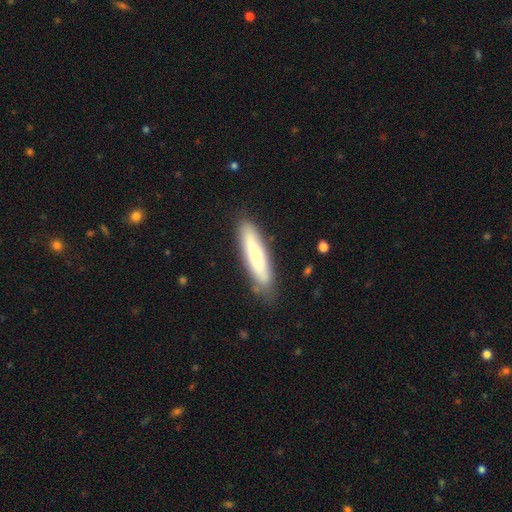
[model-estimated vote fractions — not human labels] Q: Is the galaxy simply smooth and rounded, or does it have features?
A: smooth — 64%.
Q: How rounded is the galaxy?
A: cigar-shaped — 78%.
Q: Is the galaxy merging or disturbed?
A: none — 82%.